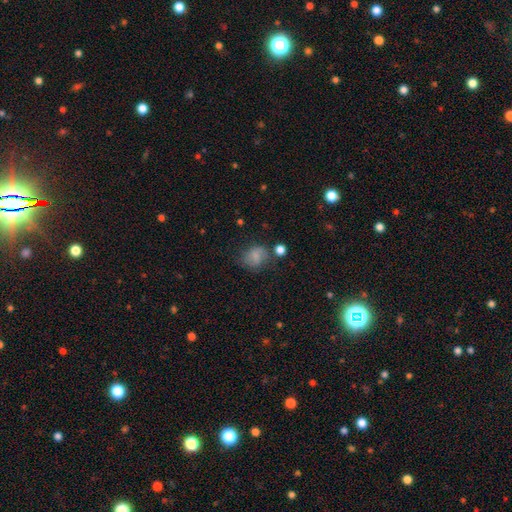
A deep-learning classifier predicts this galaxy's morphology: Smooth or featured? smooth (72%)
How rounded? round (58%)
Merging? none (59%)